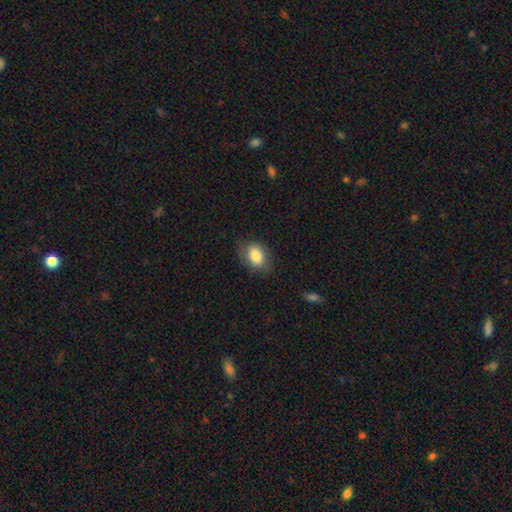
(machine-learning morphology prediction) A smooth galaxy with no disk features (83%) that is in between round and cigar-shaped (80%). Merging: none (77%).